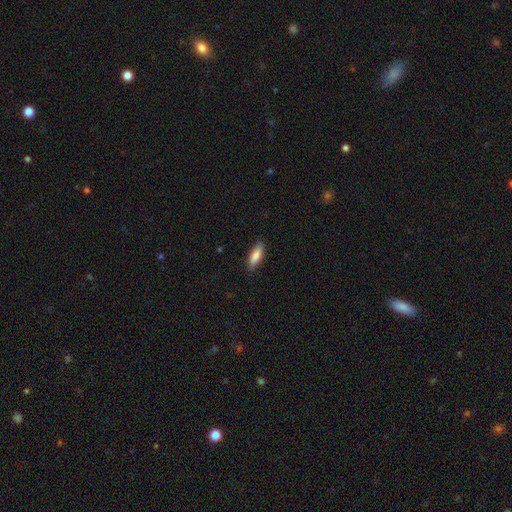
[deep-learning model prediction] Q: Smooth or featured?
A: smooth (84%); runner-up: featured or disk (10%)
Q: How rounded?
A: in between (58%); runner-up: cigar-shaped (40%)
Q: Merging?
A: none (86%); runner-up: minor disturbance (11%)